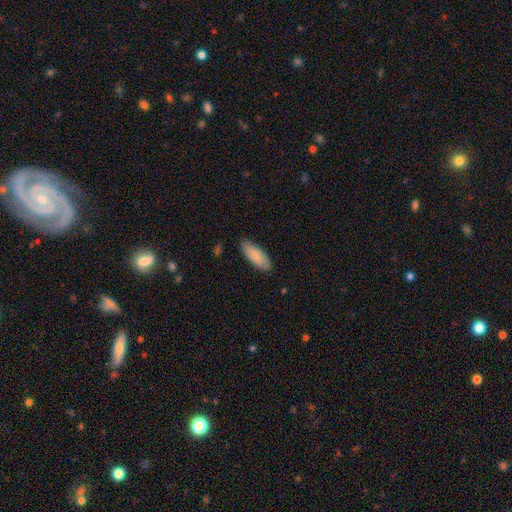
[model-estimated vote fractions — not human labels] A smooth galaxy with no disk features (84%) that is in between round and cigar-shaped (76%). Merging: none (81%).